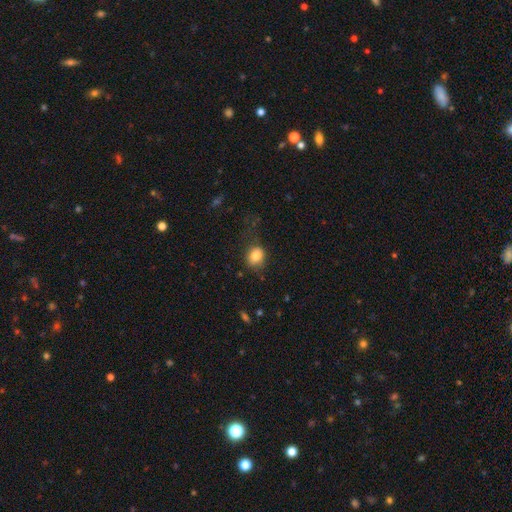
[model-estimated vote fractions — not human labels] smooth-or-featured: smooth: 82% | star or artifact: 9% | featured or disk: 9%
  how-rounded: in between: 63% | round: 36% | cigar-shaped: 1%
  merging: none: 57% | minor disturbance: 26% | major disturbance: 15% | merger: 3%